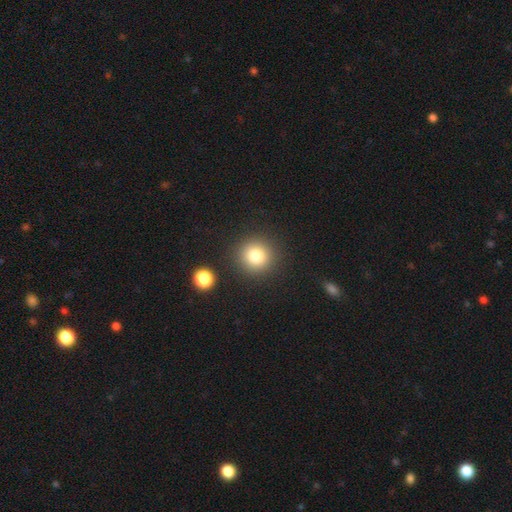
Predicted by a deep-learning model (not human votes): Overall: smooth (80%). How rounded: round (92%). Merging: none (88%).